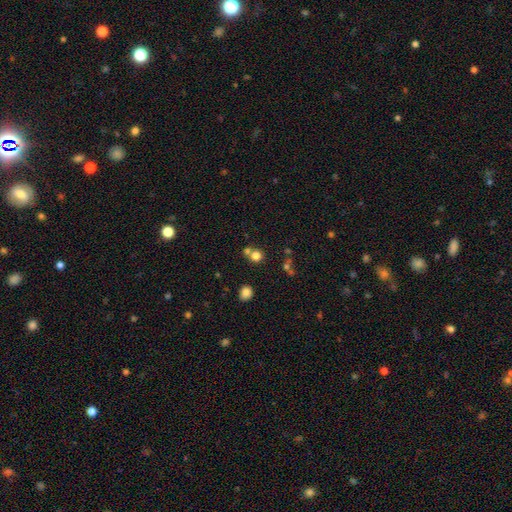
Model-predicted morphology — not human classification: type=smooth (77%); roundness=round (89%); merging=none (60%).